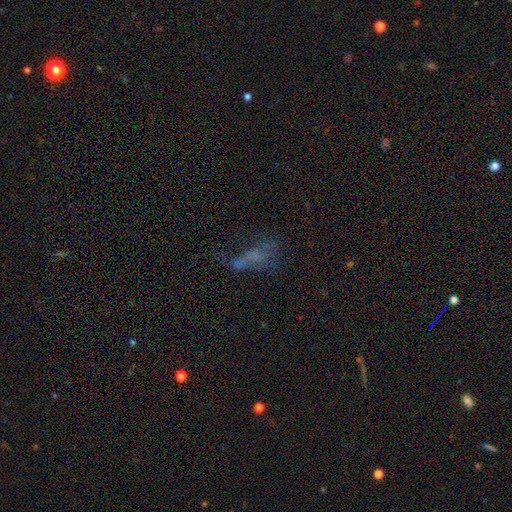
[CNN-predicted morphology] A featured or disk galaxy (37%). Merging: major disturbance (38%).